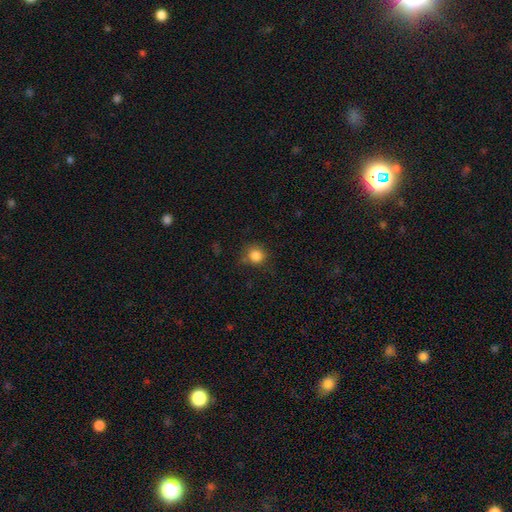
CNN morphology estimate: smooth-or-featured: smooth: 84% | star or artifact: 11% | featured or disk: 5%
  how-rounded: round: 88% | in between: 11% | cigar-shaped: 1%
  merging: none: 75% | minor disturbance: 16% | major disturbance: 5% | merger: 4%